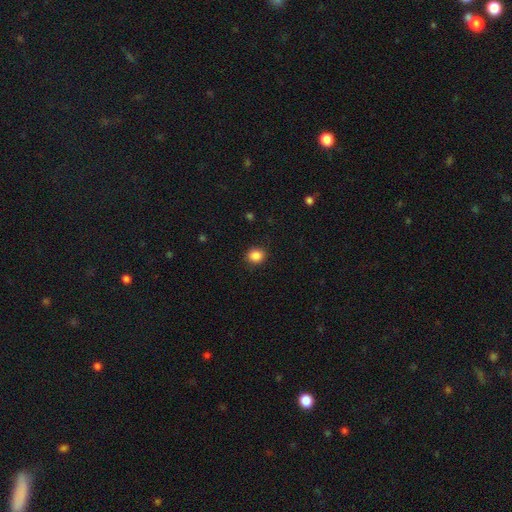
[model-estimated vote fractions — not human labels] Smooth or featured: smooth — 87% (star or artifact — 10%)
How rounded: round — 75% (in between — 24%)
Merging: none — 90% (minor disturbance — 7%)